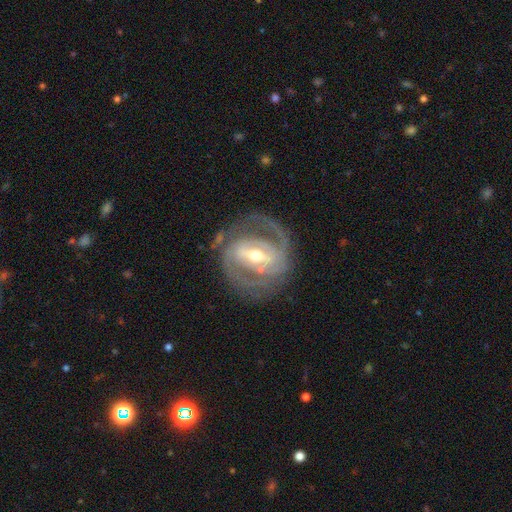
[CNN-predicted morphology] This is clearly a featured or disk galaxy (89%). It is clearly not viewed edge-on (96%). Bar: possibly strong (57%). Spiral arm pattern: clearly yes (93%). Spiral arm count: likely 2 (75%). Spiral winding: possibly tight (49%). Central bulge: likely moderate (63%). Merging: likely none (73%).